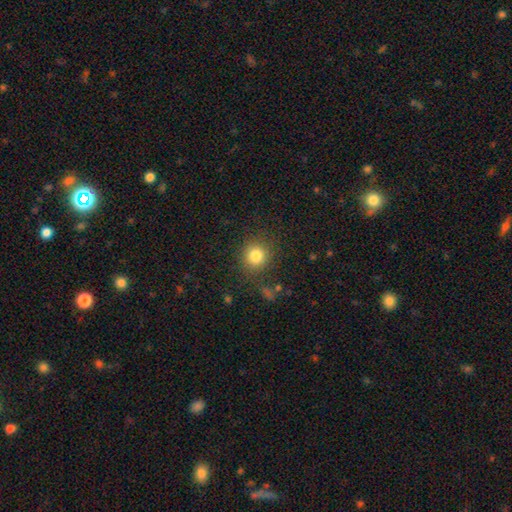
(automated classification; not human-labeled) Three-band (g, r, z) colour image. It shows a smooth galaxy with no disk features (82%) that is round (89%). Merging: none (85%).